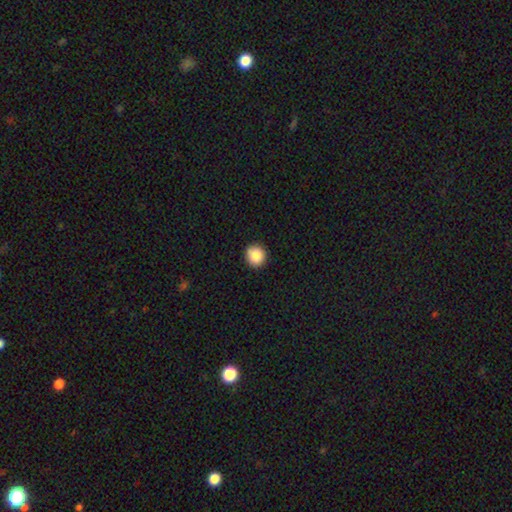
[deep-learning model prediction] Smooth or featured?
  - smooth: 86% *
  - star or artifact: 9%
  - featured or disk: 5%
How rounded?
  - round: 91% *
  - in between: 8%
  - cigar-shaped: 1%
Merging?
  - none: 88% *
  - minor disturbance: 9%
  - major disturbance: 2%
  - merger: 1%